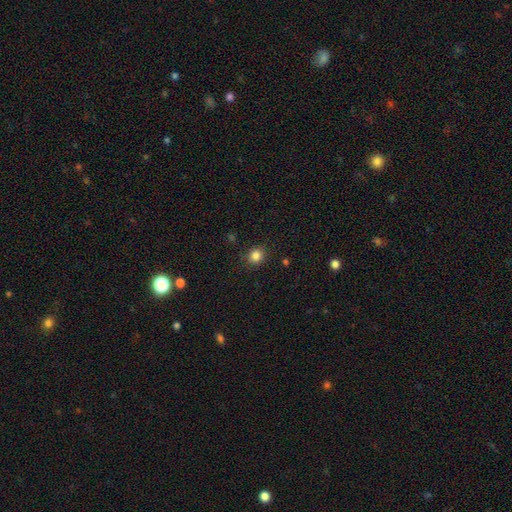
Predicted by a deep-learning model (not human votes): Smooth or featured? Predicted: smooth (p=0.84). How rounded? Predicted: round (p=0.81). Merging? Predicted: none (p=0.87).